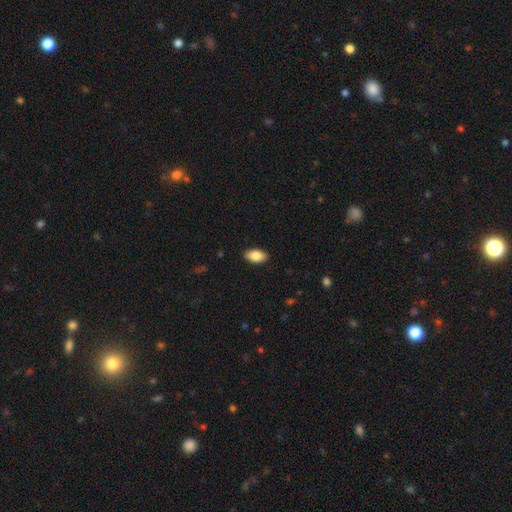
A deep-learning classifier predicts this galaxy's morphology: This appears to be a smooth galaxy with no disk features (84%) that is in between round and cigar-shaped (93%). Merging: none (89%).